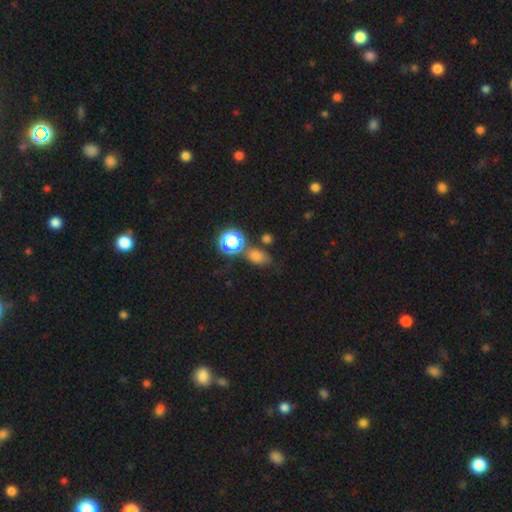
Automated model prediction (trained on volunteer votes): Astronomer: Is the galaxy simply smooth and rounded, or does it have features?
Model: smooth — 71%.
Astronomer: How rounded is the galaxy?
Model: in between — 66%.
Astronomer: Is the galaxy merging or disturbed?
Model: none — 62%.